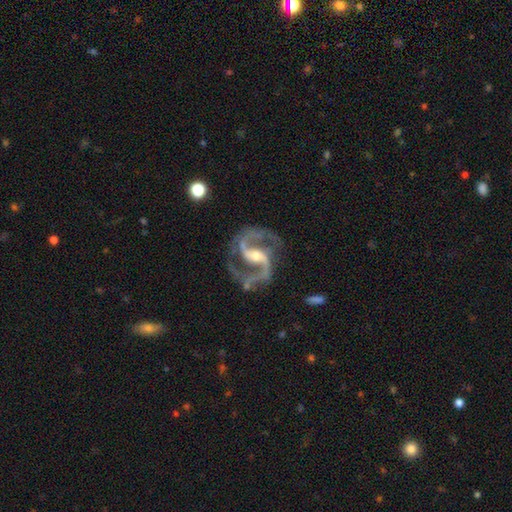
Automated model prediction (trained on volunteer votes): A featured or disk galaxy (93%) with a strong bar (42%), 2 (94%) medium (67%) spiral arms (99%) and a moderate central bulge (53%). Merging: none (74%).